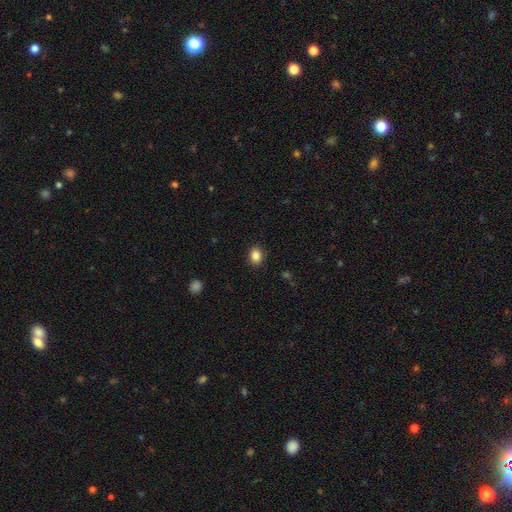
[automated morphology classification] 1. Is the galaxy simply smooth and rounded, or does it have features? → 86% smooth, 10% star or artifact, 4% featured or disk.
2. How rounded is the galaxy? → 50% in between, 49% round, 1% cigar-shaped.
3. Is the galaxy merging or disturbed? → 89% none, 7% minor disturbance, 2% major disturbance, 1% merger.